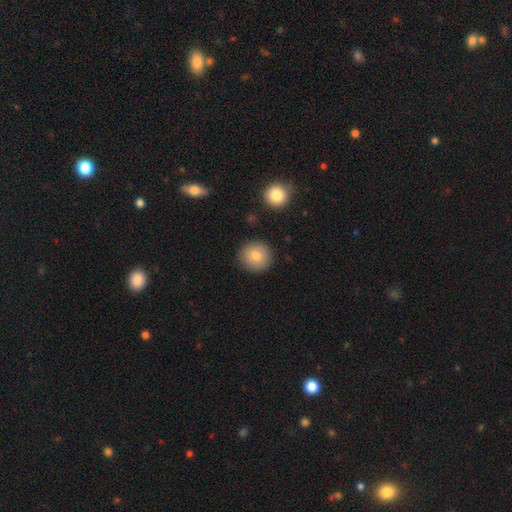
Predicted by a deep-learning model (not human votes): Smooth or featured: smooth — 81% (featured or disk — 10%)
How rounded: round — 94% (in between — 5%)
Merging: none — 90% (minor disturbance — 6%)